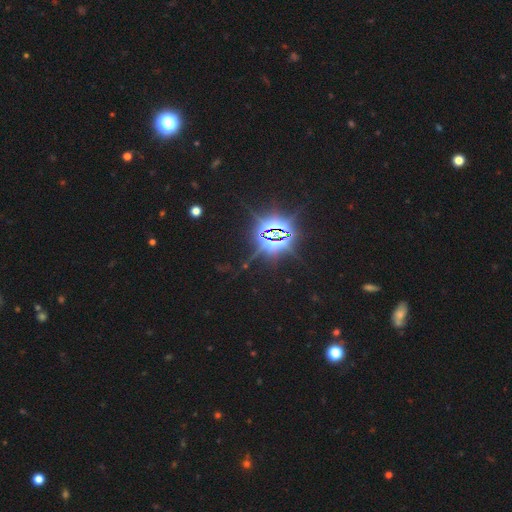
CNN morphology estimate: star or artifact 85%, smooth 9%, featured or disk 7%.